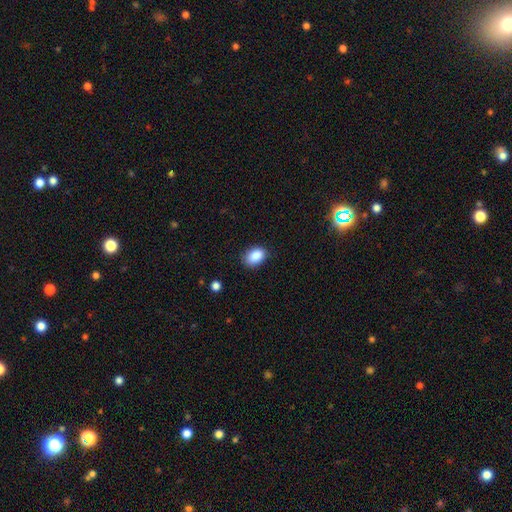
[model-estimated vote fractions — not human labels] A smooth galaxy with no disk features (88%) that is in between round and cigar-shaped (83%).

Vote fractions:
- Smooth or featured? smooth: 88% / star or artifact: 8% / featured or disk: 4%
- How rounded? in between: 83% / round: 16% / cigar-shaped: 1%
- Merging? none: 82% / minor disturbance: 14% / major disturbance: 3% / merger: 1%